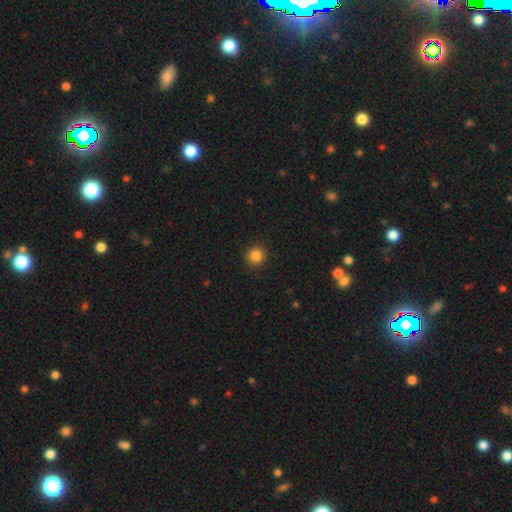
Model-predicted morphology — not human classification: Smooth or featured? smooth (85%)
How rounded? round (93%)
Merging? none (91%)